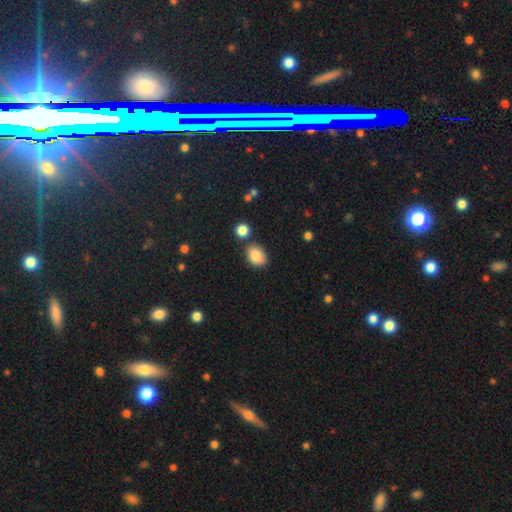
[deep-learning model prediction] Smooth or featured?
  - smooth: 86% *
  - star or artifact: 8%
  - featured or disk: 6%
How rounded?
  - in between: 79% *
  - round: 20%
  - cigar-shaped: 1%
Merging?
  - none: 76% *
  - minor disturbance: 13%
  - merger: 8%
  - major disturbance: 3%